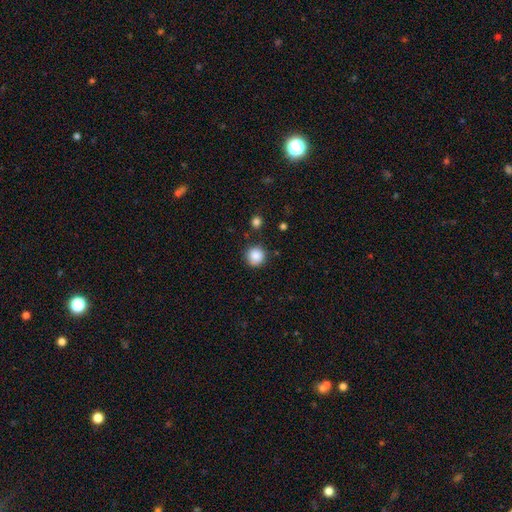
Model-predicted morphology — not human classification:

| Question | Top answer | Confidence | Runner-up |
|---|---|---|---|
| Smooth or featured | smooth | 87% | star or artifact (9%) |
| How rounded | round | 93% | in between (6%) |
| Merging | none | 85% | minor disturbance (9%) |